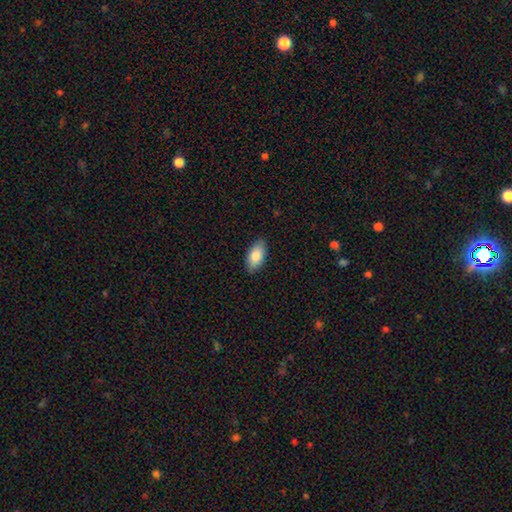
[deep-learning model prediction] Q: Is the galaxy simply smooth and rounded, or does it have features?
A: smooth — 84%.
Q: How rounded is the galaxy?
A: in between — 94%.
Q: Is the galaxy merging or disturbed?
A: none — 87%.